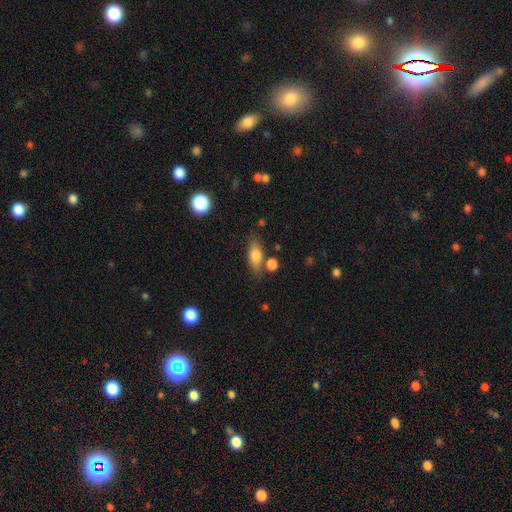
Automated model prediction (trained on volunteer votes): Smooth or featured?
  - smooth: 73% *
  - featured or disk: 19%
  - star or artifact: 8%
How rounded?
  - in between: 72% *
  - cigar-shaped: 22%
  - round: 6%
Merging?
  - none: 70% *
  - minor disturbance: 15%
  - merger: 10%
  - major disturbance: 4%